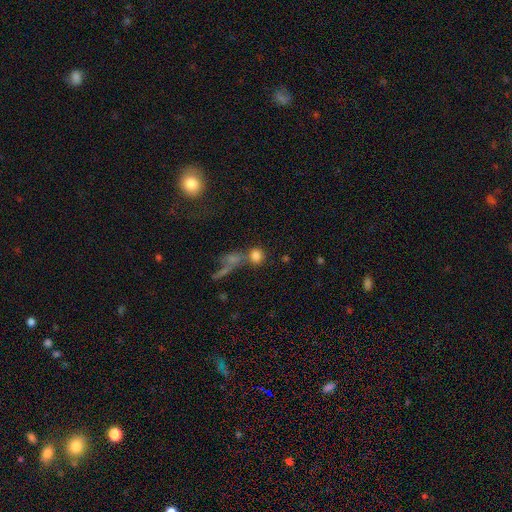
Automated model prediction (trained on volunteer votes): Smooth or featured: smooth — 77% (star or artifact — 13%)
How rounded: round — 73% (in between — 23%)
Merging: none — 48% (merger — 35%)